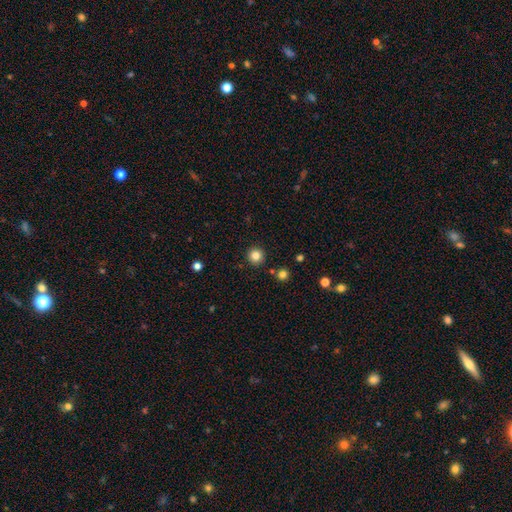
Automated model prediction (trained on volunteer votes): This is clearly a smooth galaxy (83%). How rounded: clearly round (96%). Merging: clearly none (91%).